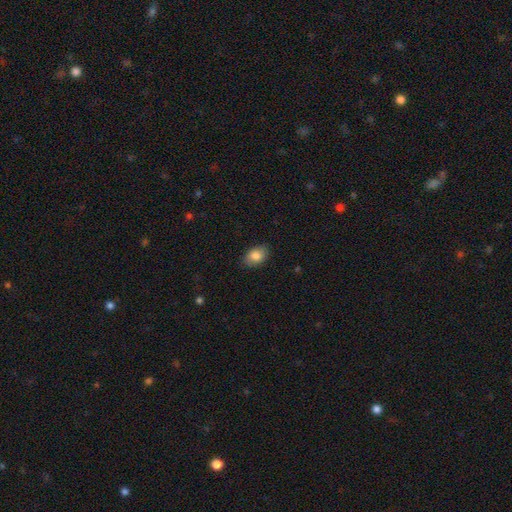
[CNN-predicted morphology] Q: Smooth or featured?
A: smooth (85%); runner-up: star or artifact (8%)
Q: How rounded?
A: in between (86%); runner-up: round (13%)
Q: Merging?
A: none (85%); runner-up: minor disturbance (11%)